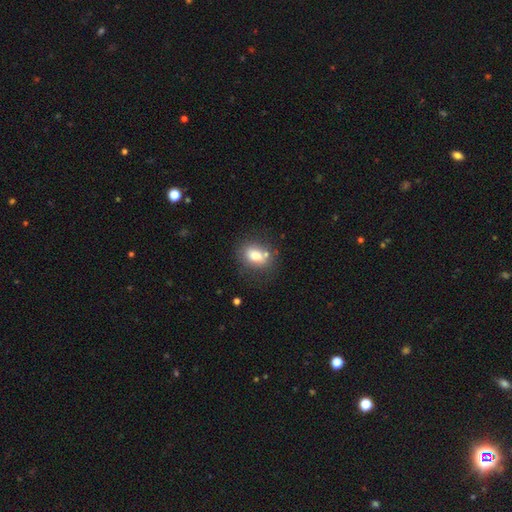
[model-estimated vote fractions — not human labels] Smooth or featured? Predicted: smooth (p=0.79). How rounded? Predicted: in between (p=0.72). Merging? Predicted: none (p=0.64).